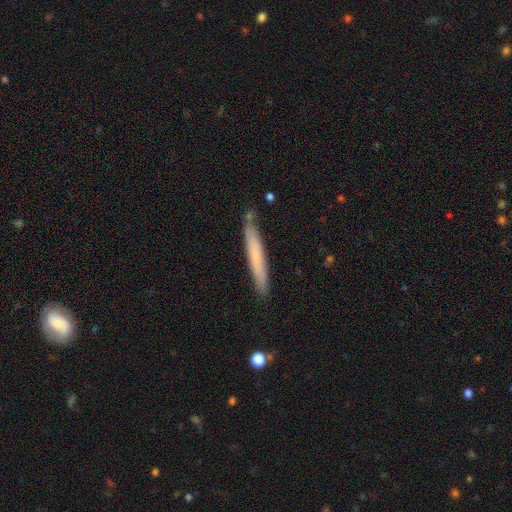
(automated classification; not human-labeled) Smooth or featured: smooth — 61% (featured or disk — 33%)
How rounded: cigar-shaped — 95% (in between — 3%)
Merging: none — 84% (minor disturbance — 12%)